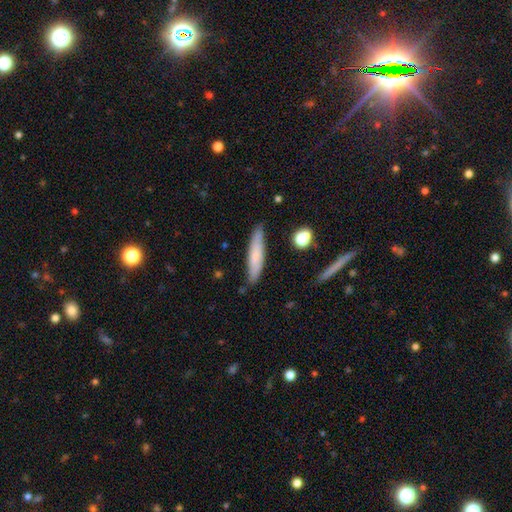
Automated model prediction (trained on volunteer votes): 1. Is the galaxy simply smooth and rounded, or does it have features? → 70% smooth, 24% featured or disk, 6% star or artifact.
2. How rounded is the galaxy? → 86% cigar-shaped, 12% in between, 1% round.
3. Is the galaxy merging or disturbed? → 84% none, 12% minor disturbance, 2% major disturbance, 2% merger.